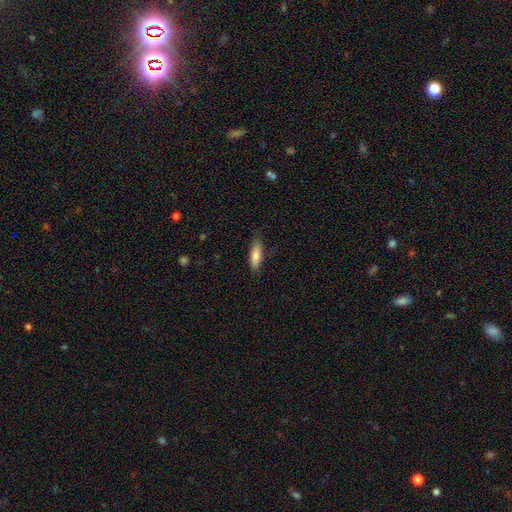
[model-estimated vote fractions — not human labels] Smooth or featured: smooth — 80% (featured or disk — 14%)
How rounded: cigar-shaped — 50% (in between — 49%)
Merging: none — 79% (minor disturbance — 17%)